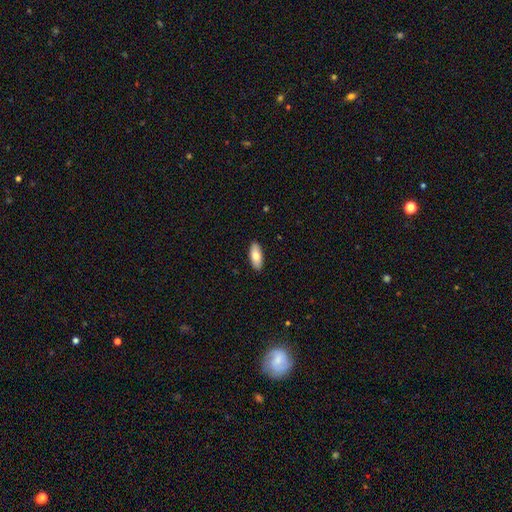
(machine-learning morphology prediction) smooth-or-featured: smooth: 79% | featured or disk: 16% | star or artifact: 6%
  how-rounded: in between: 83% | cigar-shaped: 15% | round: 2%
  merging: none: 90% | minor disturbance: 8% | major disturbance: 2% | merger: 1%